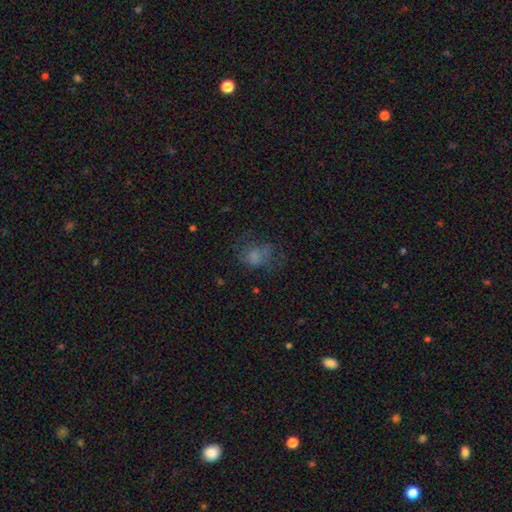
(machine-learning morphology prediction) A smooth galaxy with no disk features (63%) that is in between round and cigar-shaped (50%). Merging: none (42%).